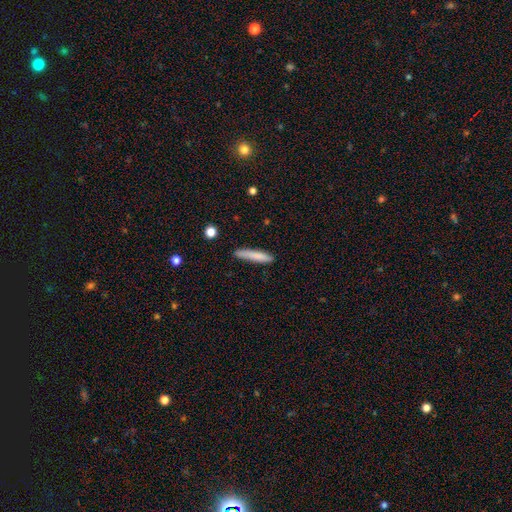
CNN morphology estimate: A smooth galaxy with no disk features (80%) that is cigar-shaped (92%).

Vote fractions:
- Smooth or featured? smooth: 80% / featured or disk: 14% / star or artifact: 6%
- How rounded? cigar-shaped: 92% / in between: 7% / round: 1%
- Merging? none: 81% / minor disturbance: 14% / major disturbance: 3% / merger: 2%